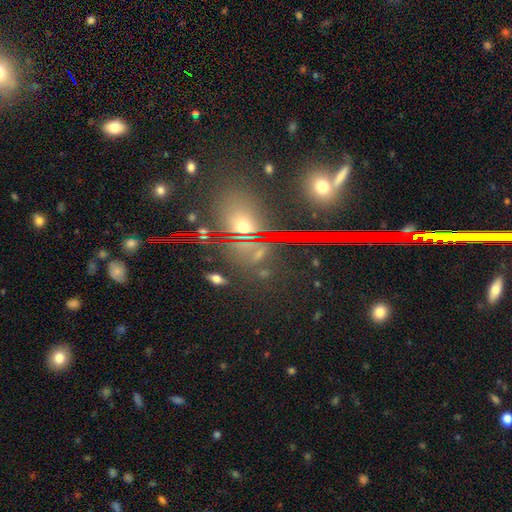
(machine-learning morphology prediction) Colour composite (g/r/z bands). It shows a star or artifact, not a galaxy (45%).